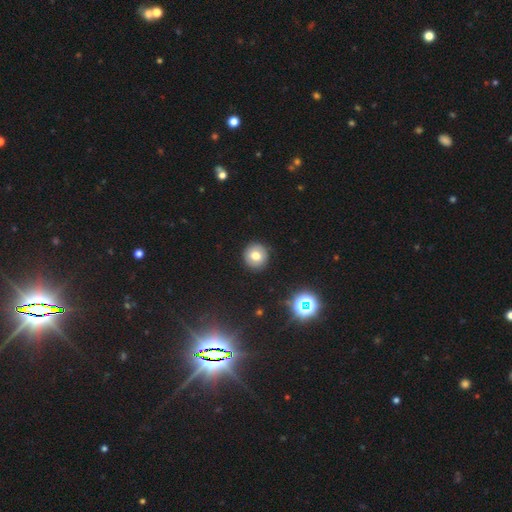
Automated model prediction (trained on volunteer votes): This appears to be a smooth galaxy with no disk features (72%) that is round (92%). Merging: none (90%).